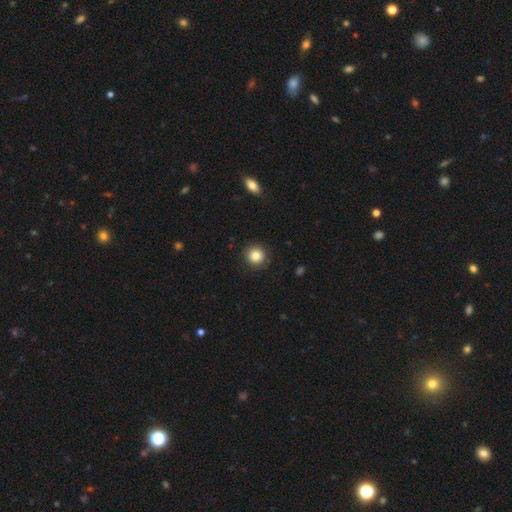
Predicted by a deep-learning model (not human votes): Overall: smooth (85%). How rounded: round (92%). Merging: none (89%).